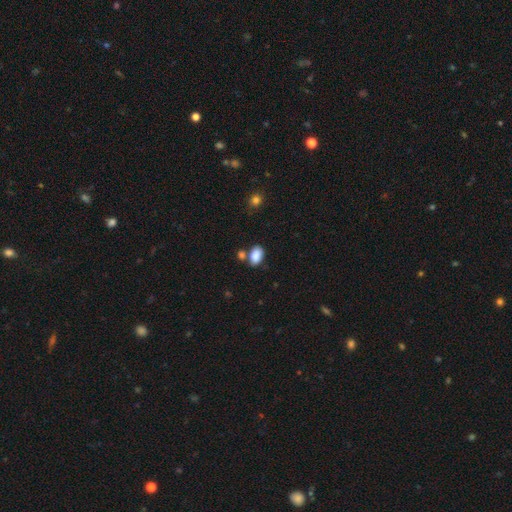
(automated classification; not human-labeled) Smooth or featured? Predicted: smooth (p=0.87). How rounded? Predicted: in between (p=0.88). Merging? Predicted: none (p=0.59).